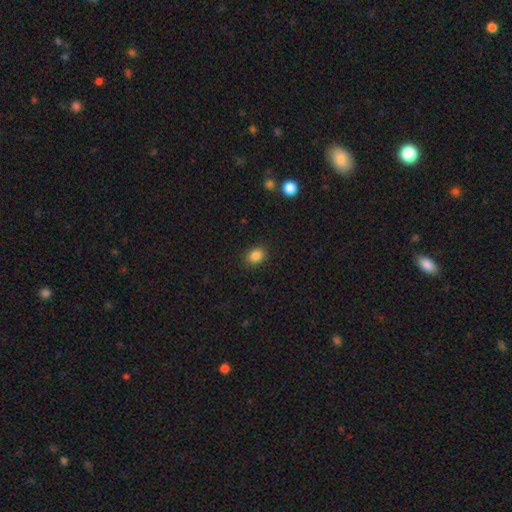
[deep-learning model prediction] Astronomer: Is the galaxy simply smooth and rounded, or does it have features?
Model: smooth — 86%.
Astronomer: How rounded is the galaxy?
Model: in between — 56% (runner-up: round, 43%).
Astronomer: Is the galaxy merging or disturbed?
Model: none — 88%.